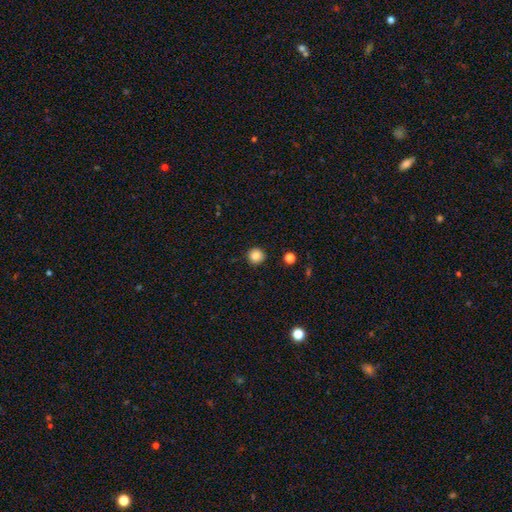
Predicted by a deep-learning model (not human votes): Smooth or featured?
  - smooth: 86% *
  - star or artifact: 10%
  - featured or disk: 3%
How rounded?
  - round: 94% *
  - in between: 5%
  - cigar-shaped: 1%
Merging?
  - none: 90% *
  - minor disturbance: 7%
  - major disturbance: 2%
  - merger: 1%